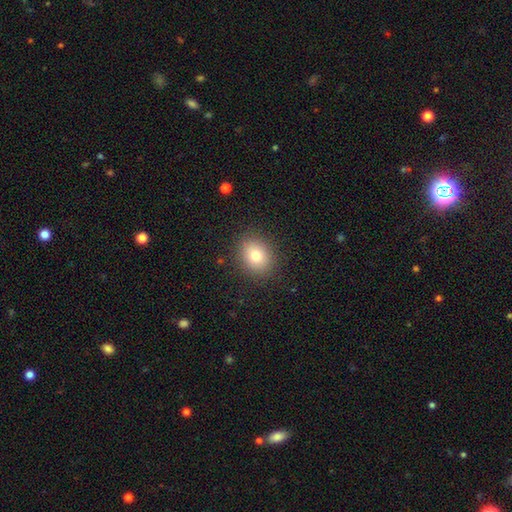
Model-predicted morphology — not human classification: This is likely a smooth galaxy (79%). How rounded: possibly round (51%). Merging: clearly none (87%).